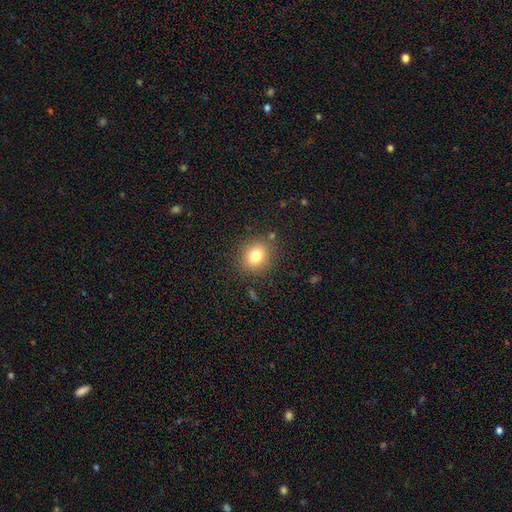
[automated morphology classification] smooth-or-featured: smooth: 80% | star or artifact: 12% | featured or disk: 8%
  how-rounded: round: 75% | in between: 24% | cigar-shaped: 1%
  merging: none: 85% | minor disturbance: 9% | major disturbance: 3% | merger: 2%